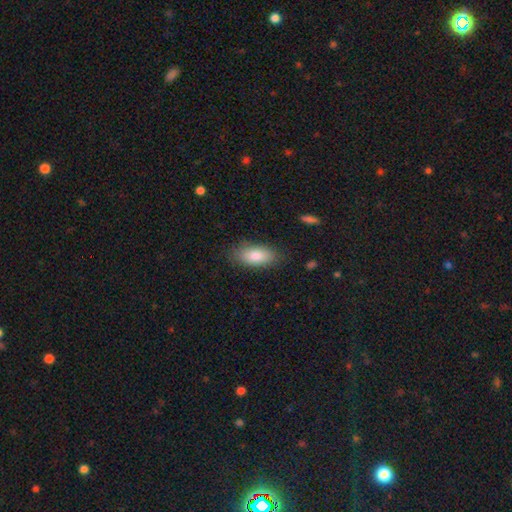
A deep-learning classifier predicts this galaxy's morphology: smooth 81%, featured or disk 12%, star or artifact 7%. Down the decision tree: how rounded — in between (86%); merging — none (83%).